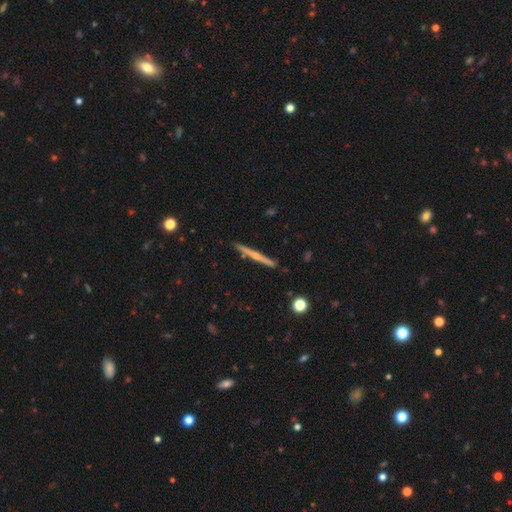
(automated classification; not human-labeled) smooth-or-featured: featured or disk: 65% | smooth: 29% | star or artifact: 6%
  disk-edge-on: yes: 98% | no: 2%
    edge-on-bulge: rounded: 60% | none: 34% | boxy: 5%
  merging: none: 90% | minor disturbance: 7% | merger: 2% | major disturbance: 1%